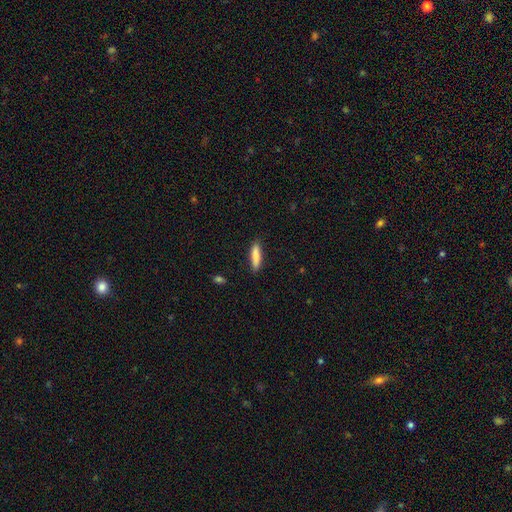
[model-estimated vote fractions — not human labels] smooth_or_featured: smooth (p=0.85) [alt: featured or disk p=0.10]
how_rounded: cigar-shaped (p=0.74) [alt: in between p=0.25]
merging: none (p=0.86) [alt: minor disturbance p=0.11]